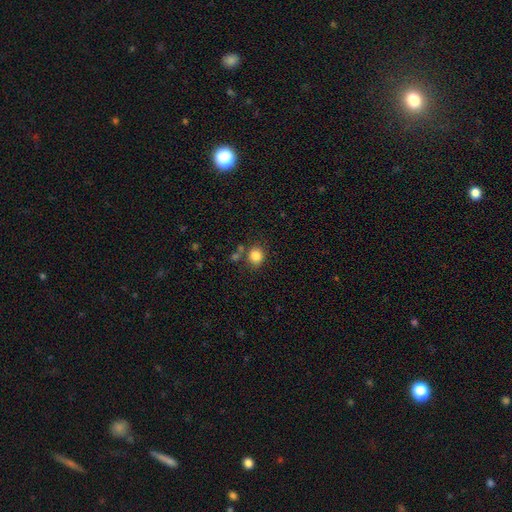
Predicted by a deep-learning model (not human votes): A smooth galaxy with no disk features (84%) that is round (71%). Merging: none (73%).